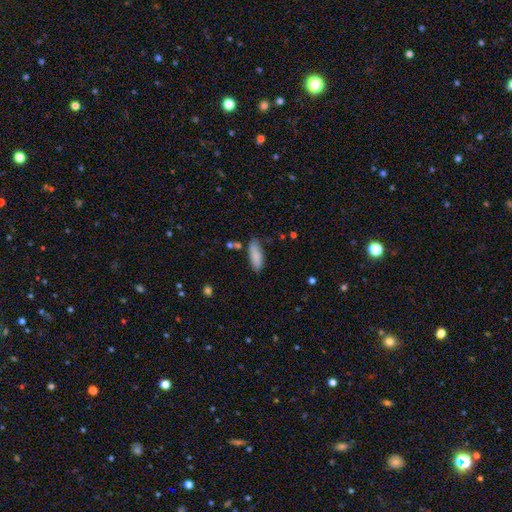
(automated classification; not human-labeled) smooth-or-featured: smooth: 87% | featured or disk: 7% | star or artifact: 6%
  how-rounded: in between: 66% | cigar-shaped: 32% | round: 2%
  merging: none: 77% | minor disturbance: 16% | merger: 4% | major disturbance: 3%